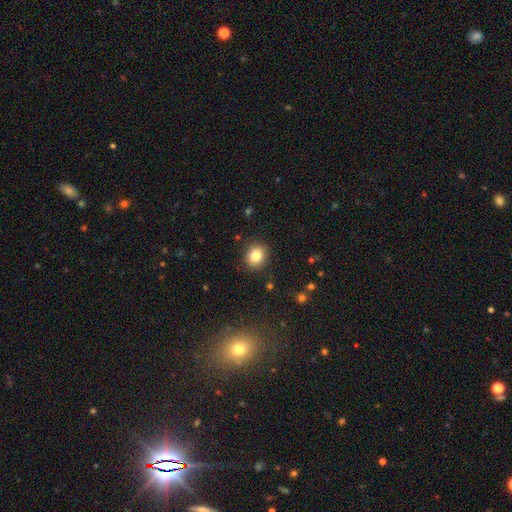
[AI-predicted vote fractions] Smooth or featured? smooth (82%)
How rounded? round (71%)
Merging? none (89%)